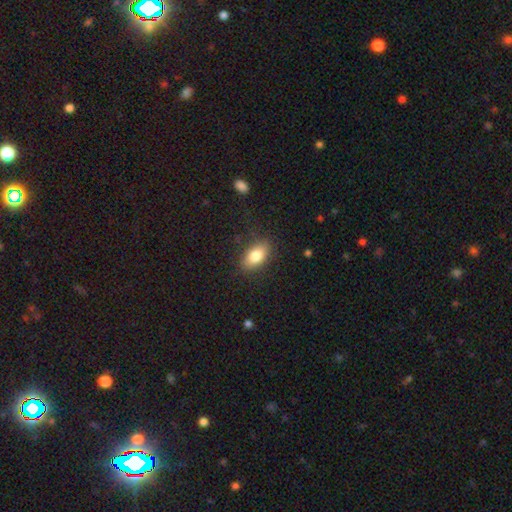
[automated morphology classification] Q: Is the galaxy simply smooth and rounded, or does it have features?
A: smooth — 81%.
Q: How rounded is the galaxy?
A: in between — 89%.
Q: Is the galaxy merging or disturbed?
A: none — 84%.